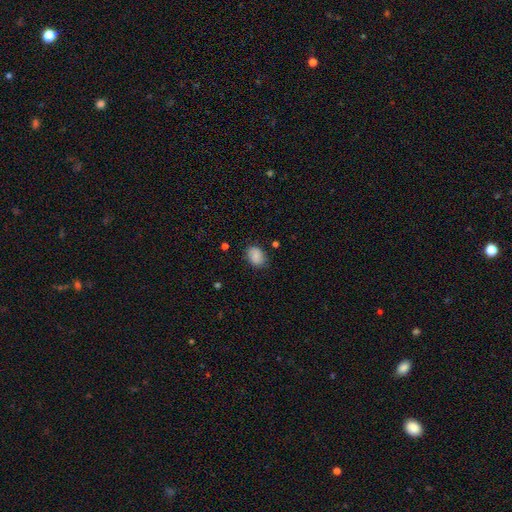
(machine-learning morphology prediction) Smooth or featured?
  - smooth: 83% *
  - featured or disk: 9%
  - star or artifact: 8%
How rounded?
  - in between: 72% *
  - round: 27%
  - cigar-shaped: 1%
Merging?
  - none: 77% *
  - minor disturbance: 18%
  - major disturbance: 4%
  - merger: 2%